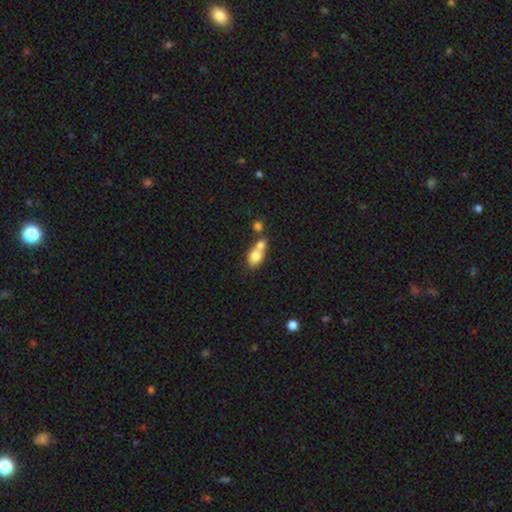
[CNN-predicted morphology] The model was most divided on "how rounded": in between: 55%, round: 43%, cigar-shaped: 2%. More confident: smooth or featured — smooth (76%); merging — merger (66%).